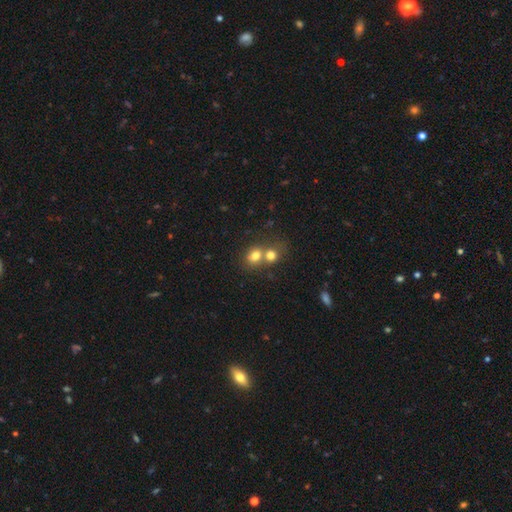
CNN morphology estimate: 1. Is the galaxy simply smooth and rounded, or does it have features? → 75% smooth, 13% featured or disk, 12% star or artifact.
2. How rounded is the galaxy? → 61% round, 38% in between, 1% cigar-shaped.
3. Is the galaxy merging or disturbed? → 58% merger, 32% none, 6% minor disturbance, 3% major disturbance.